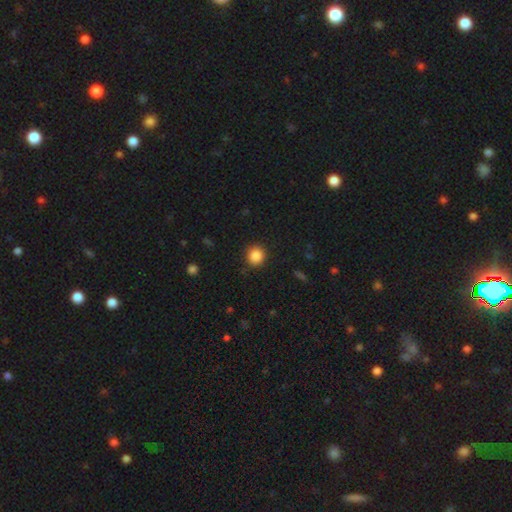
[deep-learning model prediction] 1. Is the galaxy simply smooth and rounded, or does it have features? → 87% smooth, 10% star or artifact, 3% featured or disk.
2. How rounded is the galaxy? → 88% round, 11% in between, 1% cigar-shaped.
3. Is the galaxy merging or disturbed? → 89% none, 8% minor disturbance, 2% major disturbance, 1% merger.